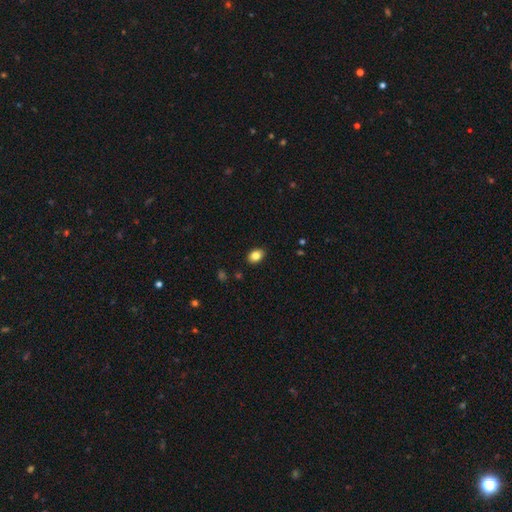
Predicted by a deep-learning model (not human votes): A smooth galaxy with no disk features (84%) that is in between round and cigar-shaped (75%).

Vote fractions:
- Smooth or featured? smooth: 84% / star or artifact: 9% / featured or disk: 7%
- How rounded? in between: 75% / round: 24% / cigar-shaped: 1%
- Merging? none: 88% / minor disturbance: 9% / major disturbance: 2% / merger: 1%